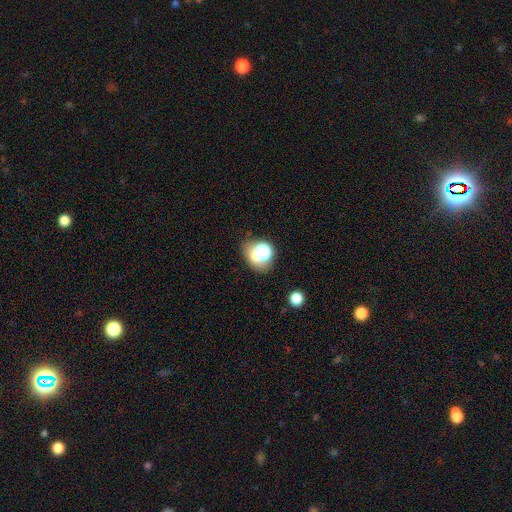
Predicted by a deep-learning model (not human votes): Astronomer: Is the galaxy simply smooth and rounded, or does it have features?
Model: smooth — 65%.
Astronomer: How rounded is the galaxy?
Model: round — 66%.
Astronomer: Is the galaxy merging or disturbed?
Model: none — 58%.